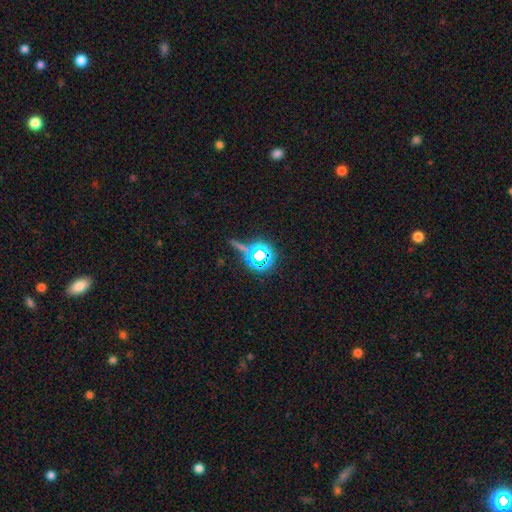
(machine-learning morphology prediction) smooth_or_featured: star or artifact (p=0.66) [alt: smooth p=0.23]